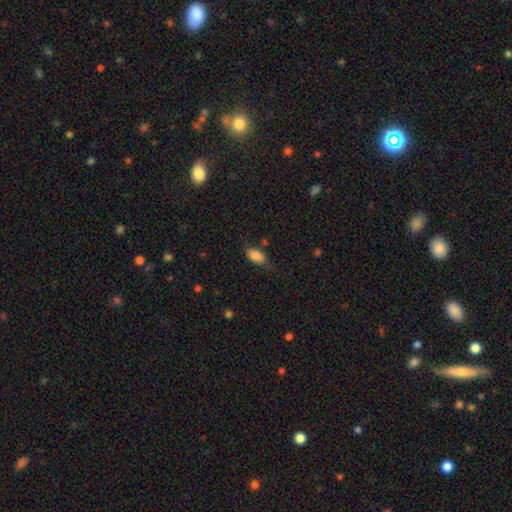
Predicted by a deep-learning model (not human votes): Smooth or featured?
  - smooth: 85% *
  - star or artifact: 8%
  - featured or disk: 7%
How rounded?
  - in between: 91% *
  - round: 5%
  - cigar-shaped: 4%
Merging?
  - none: 64% *
  - minor disturbance: 26%
  - major disturbance: 8%
  - merger: 3%